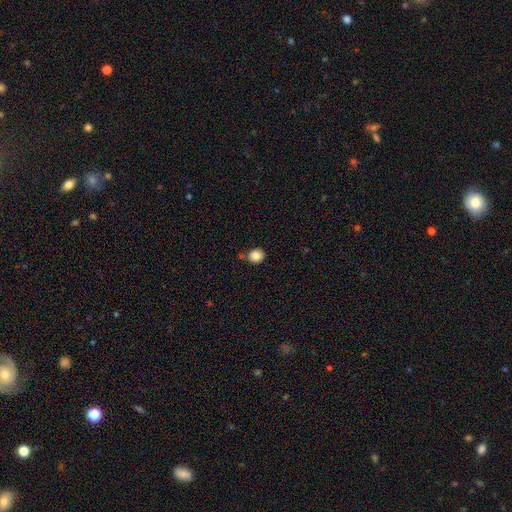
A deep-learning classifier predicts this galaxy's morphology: smooth_or_featured: smooth (p=0.85) [alt: star or artifact p=0.10]
how_rounded: round (p=0.77) [alt: in between p=0.22]
merging: none (p=0.76) [alt: minor disturbance p=0.14]